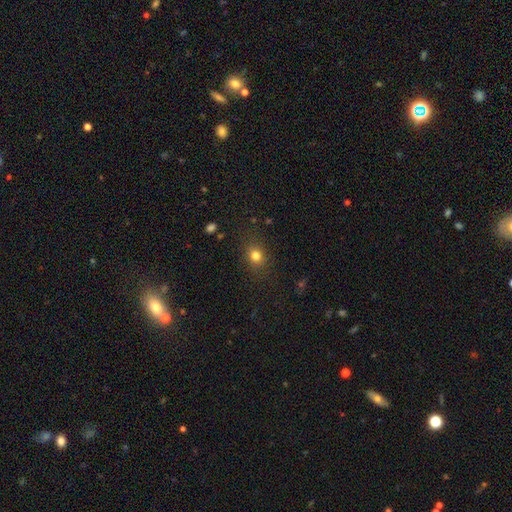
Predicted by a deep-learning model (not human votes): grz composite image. It shows a smooth galaxy with no disk features (80%) that is round (63%). Merging: none (85%).